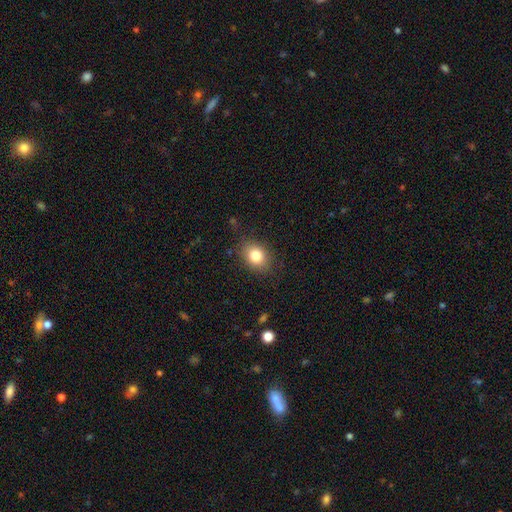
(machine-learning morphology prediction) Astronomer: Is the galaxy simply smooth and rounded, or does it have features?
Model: smooth — 81%.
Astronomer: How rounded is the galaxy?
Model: in between — 58% (runner-up: round, 41%).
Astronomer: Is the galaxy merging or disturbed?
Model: none — 82%.